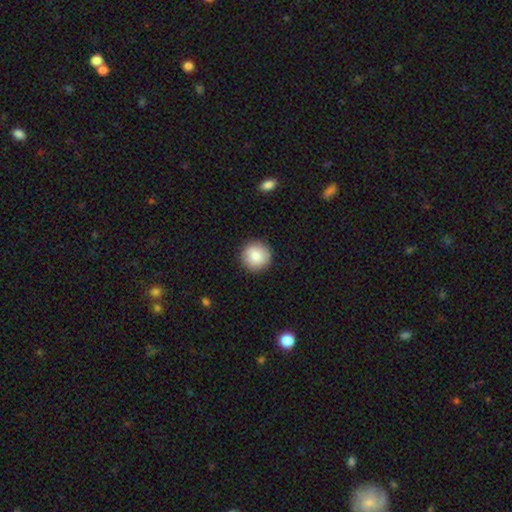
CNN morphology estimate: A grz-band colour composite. It shows a smooth galaxy with no disk features (83%) that is round (95%). Merging: none (91%).